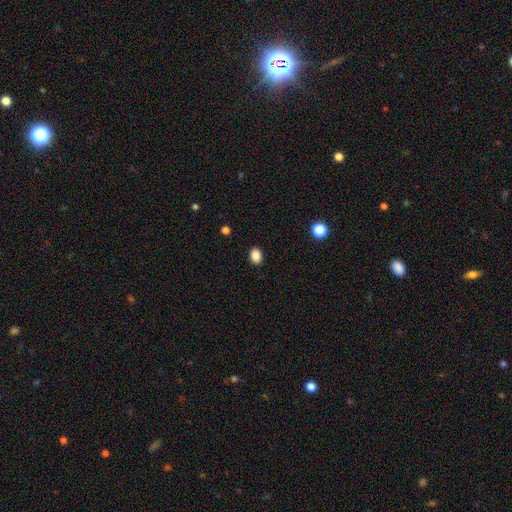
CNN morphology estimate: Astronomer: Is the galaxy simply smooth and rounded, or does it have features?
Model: smooth — 88%.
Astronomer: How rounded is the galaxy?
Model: in between — 77%.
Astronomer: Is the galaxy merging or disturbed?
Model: none — 89%.